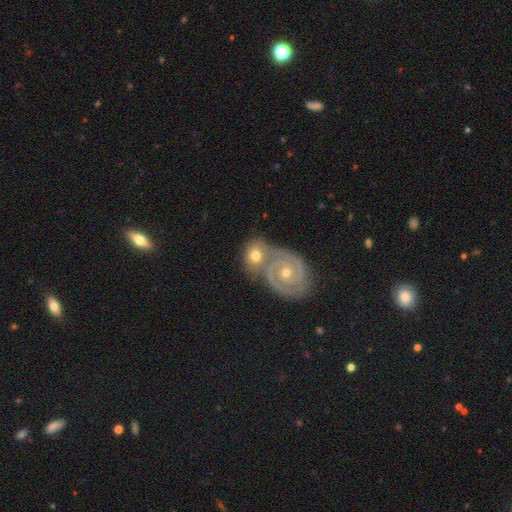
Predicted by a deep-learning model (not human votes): Smooth or featured?
  - featured or disk: 70% *
  - smooth: 24%
  - star or artifact: 6%
Edge-on disk?
  - no: 97% *
  - yes: 3%
Bar?
  - no: 72% *
  - weak: 21%
  - strong: 7%
Spiral arms?
  - yes: 94% *
  - no: 6%
Spiral winding?
  - tight: 66% *
  - medium: 30%
  - loose: 4%
Spiral arm count?
  - 2: 81% *
  - 3: 8%
  - can't tell: 6%
  - 1: 2%
  - 4: 2%
  - more than 4: 2%
Bulge size?
  - moderate: 55% *
  - small: 40%
  - large: 3%
  - none: 1%
  - dominant: 1%
Merging?
  - none: 44% *
  - merger: 40%
  - minor disturbance: 12%
  - major disturbance: 4%